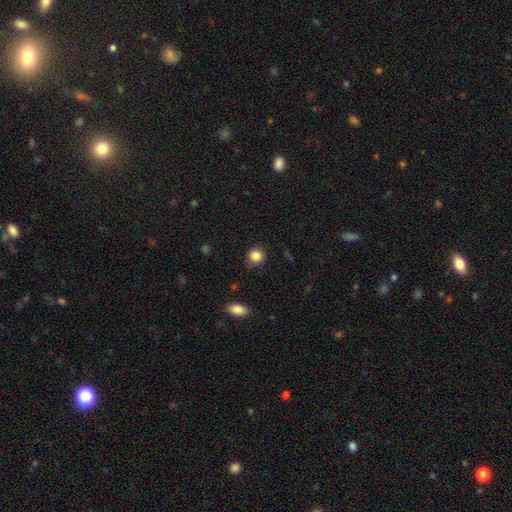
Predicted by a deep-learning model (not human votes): This is clearly a smooth galaxy (85%). How rounded: clearly round (85%). Merging: clearly none (83%).